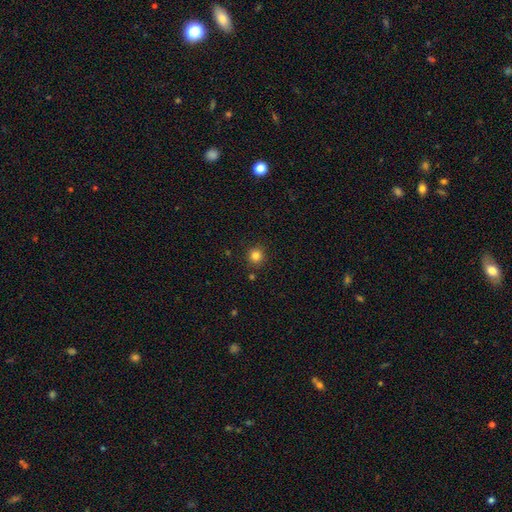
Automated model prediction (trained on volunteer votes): Smooth or featured? smooth (82%)
How rounded? round (93%)
Merging? none (89%)